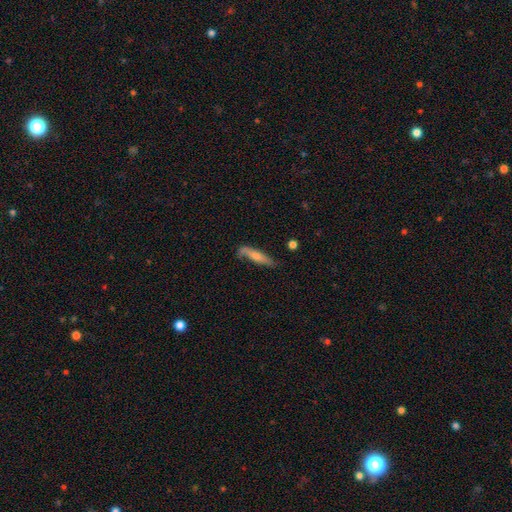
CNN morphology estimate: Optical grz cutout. It shows a smooth galaxy with no disk features (63%) that is cigar-shaped (78%). Merging: none (57%).